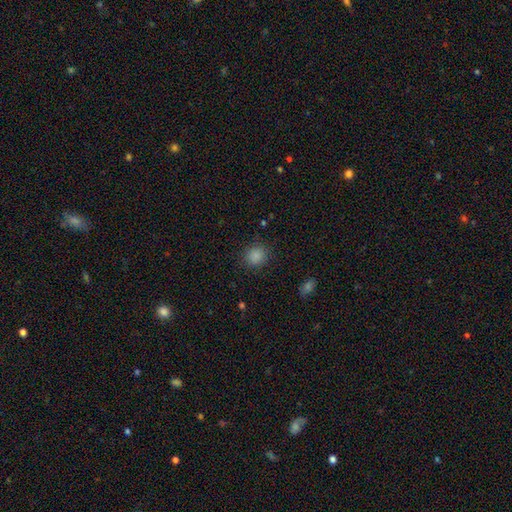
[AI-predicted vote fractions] The model was most divided on "how rounded": round: 83%, in between: 16%, cigar-shaped: 1%. More confident: merging — none (87%); smooth or featured — smooth (85%).